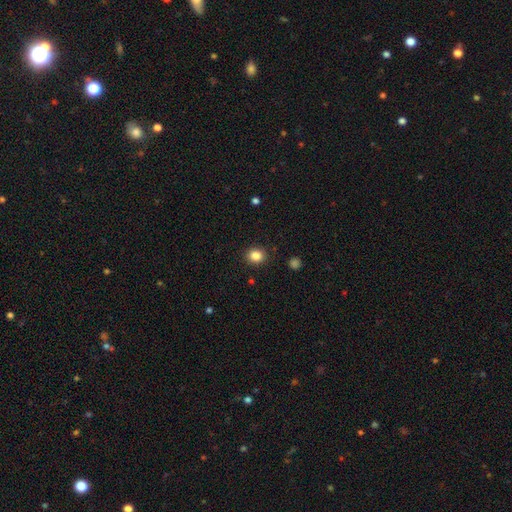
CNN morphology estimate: A smooth galaxy with no disk features (85%) that is round (73%). Merging: none (90%).